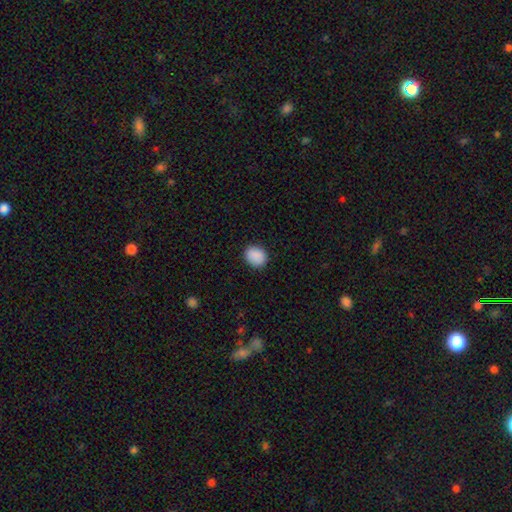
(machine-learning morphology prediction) smooth_or_featured: smooth (p=0.89) [alt: star or artifact p=0.08]
how_rounded: round (p=0.53) [alt: in between p=0.46]
merging: none (p=0.88) [alt: minor disturbance p=0.09]